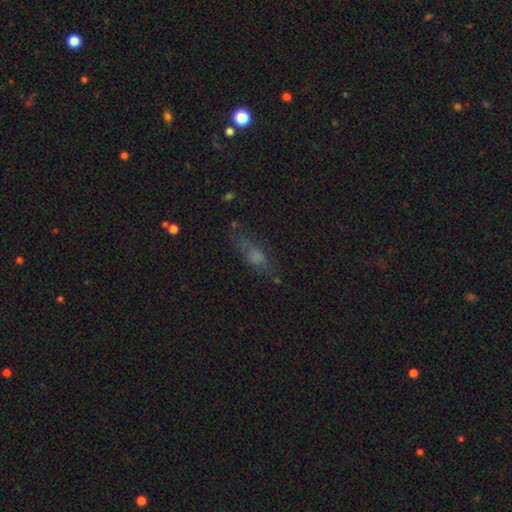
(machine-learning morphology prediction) Smooth or featured?
  - smooth: 52% *
  - featured or disk: 30%
  - star or artifact: 18%
How rounded?
  - in between: 48% *
  - cigar-shaped: 47%
  - round: 5%
Merging?
  - none: 60% *
  - minor disturbance: 22%
  - major disturbance: 14%
  - merger: 4%